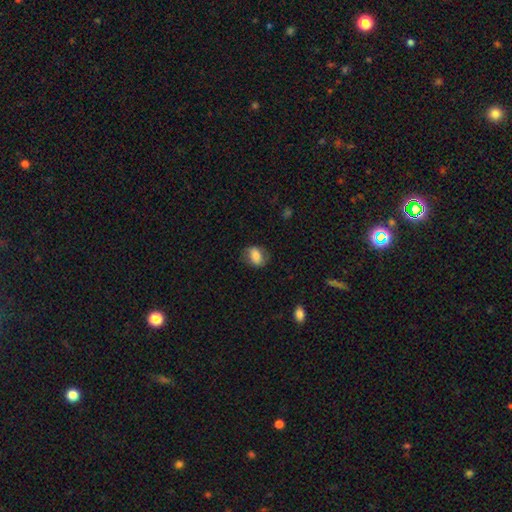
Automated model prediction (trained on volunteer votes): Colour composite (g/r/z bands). It shows a smooth galaxy with no disk features (72%) that is in between round and cigar-shaped (75%). Merging: none (70%).